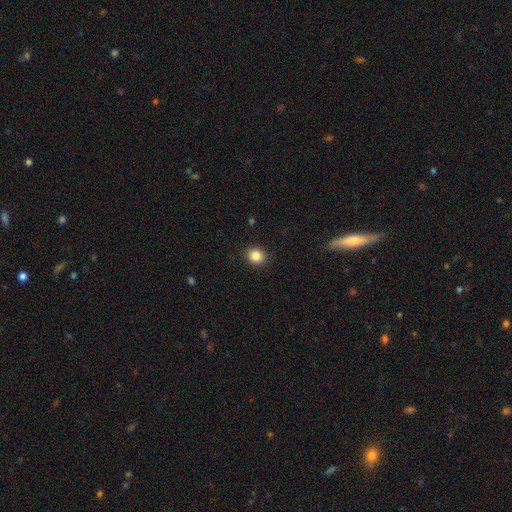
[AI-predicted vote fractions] Smooth or featured? smooth (86%)
How rounded? round (80%)
Merging? none (90%)